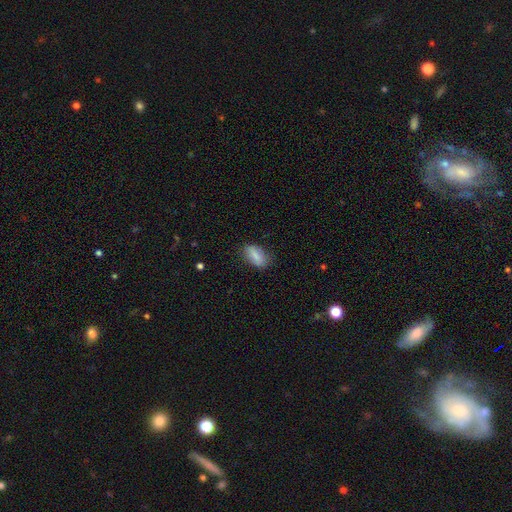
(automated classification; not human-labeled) Morphology: type=smooth (79%); roundness=in between (86%); merging=none (78%).